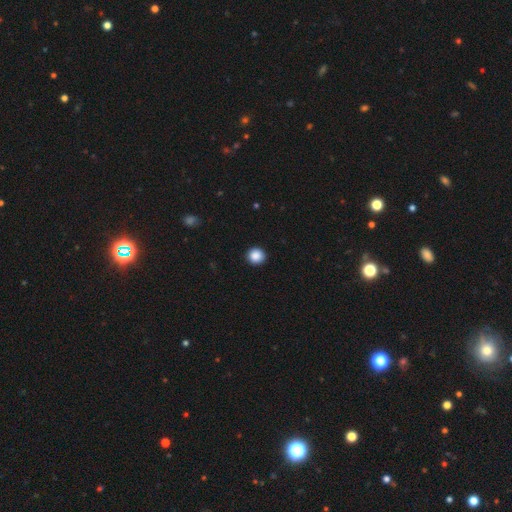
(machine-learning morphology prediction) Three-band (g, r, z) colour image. It shows a smooth galaxy with no disk features (88%) that is round (93%). Merging: none (92%).